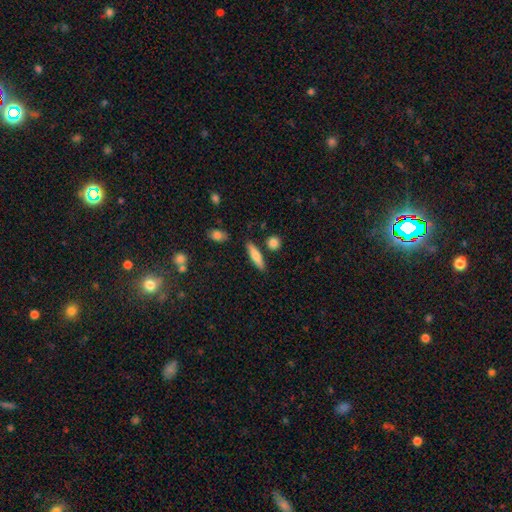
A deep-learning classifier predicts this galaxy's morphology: smooth_or_featured: smooth (p=0.74) [alt: featured or disk p=0.19]
how_rounded: cigar-shaped (p=0.71) [alt: in between p=0.23]
merging: none (p=0.84) [alt: minor disturbance p=0.09]